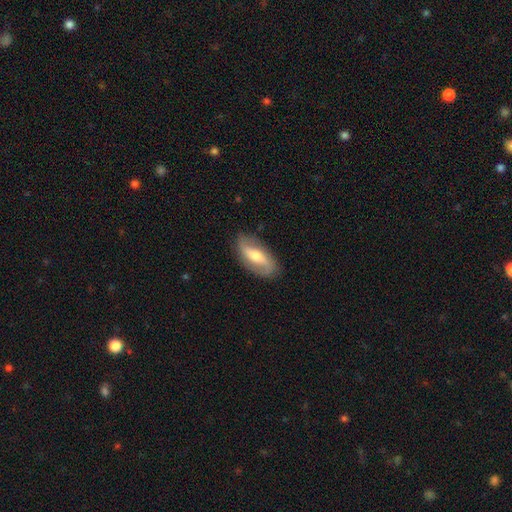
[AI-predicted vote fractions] A featured or disk galaxy (65%) with a weak bar (36%), spiral arms (83%) and a moderate central bulge (62%).

Vote fractions:
- Smooth or featured? featured or disk: 65% / smooth: 29% / star or artifact: 6%
- Edge-on disk? no: 86% / yes: 14%
- Bar? weak: 36% / no: 32% / strong: 31%
- Spiral arms? yes: 83% / no: 17%
- Bulge size? moderate: 62% / small: 29% / large: 6% / none: 2% / dominant: 1%
- Merging? none: 84% / minor disturbance: 12% / major disturbance: 3% / merger: 1%